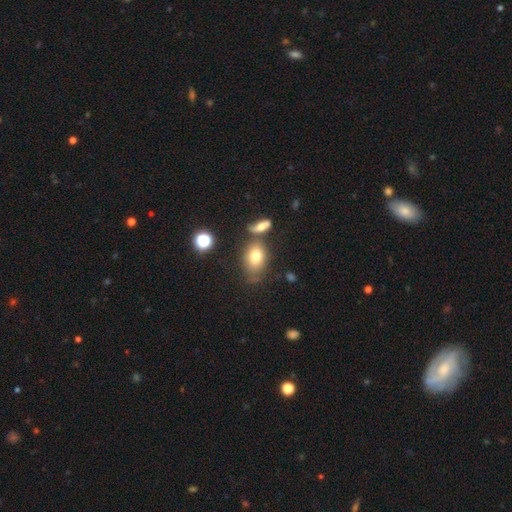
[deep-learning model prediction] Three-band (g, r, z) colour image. It shows a smooth galaxy with no disk features (74%) that is in between round and cigar-shaped (77%). Merging: none (58%).